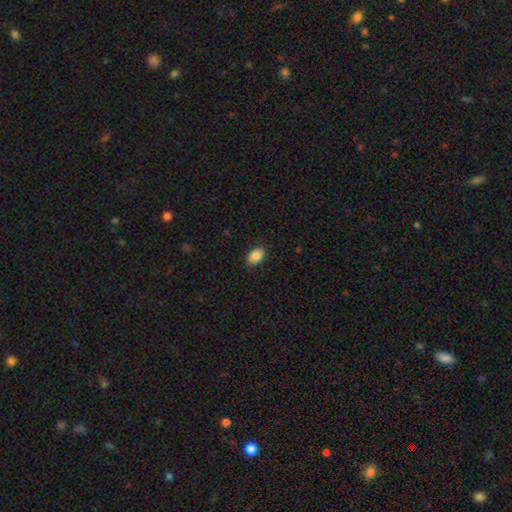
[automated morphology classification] Smooth or featured?
  - smooth: 86% *
  - star or artifact: 8%
  - featured or disk: 7%
How rounded?
  - in between: 82% *
  - round: 17%
  - cigar-shaped: 1%
Merging?
  - none: 88% *
  - minor disturbance: 9%
  - major disturbance: 2%
  - merger: 1%